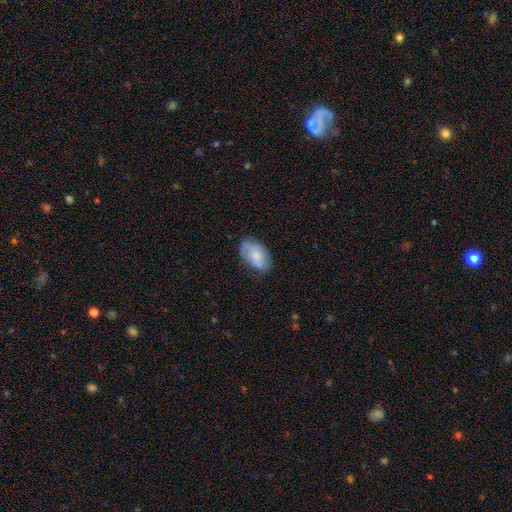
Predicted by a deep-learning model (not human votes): Smooth or featured: smooth — 63% (featured or disk — 30%)
How rounded: in between — 92% (round — 6%)
Merging: none — 70% (minor disturbance — 23%)